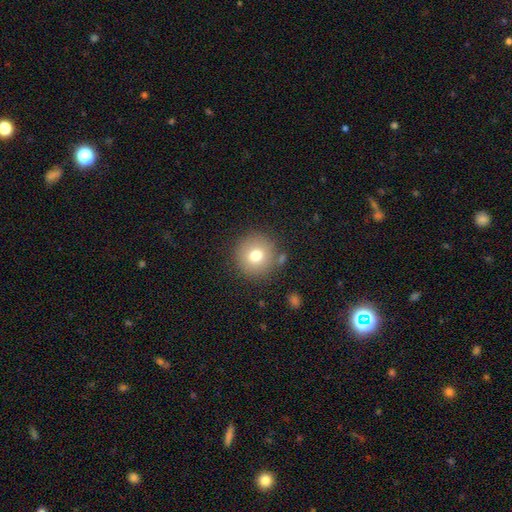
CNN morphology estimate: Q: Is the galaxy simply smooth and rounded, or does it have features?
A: smooth — 75%.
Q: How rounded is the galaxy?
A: round — 95%.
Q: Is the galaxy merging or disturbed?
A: none — 84%.